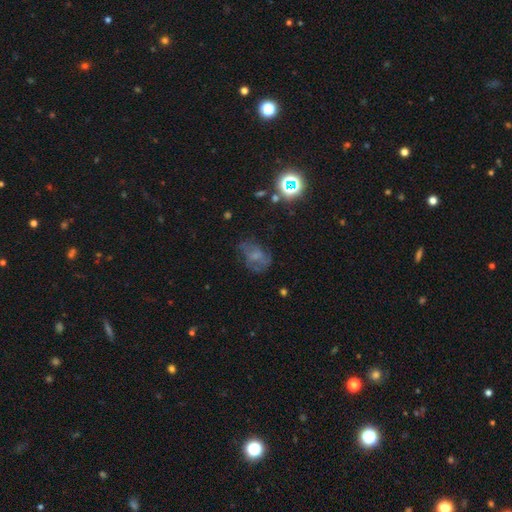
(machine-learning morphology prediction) This is marginally a featured or disk galaxy (41%). Merging: possibly none (51%).